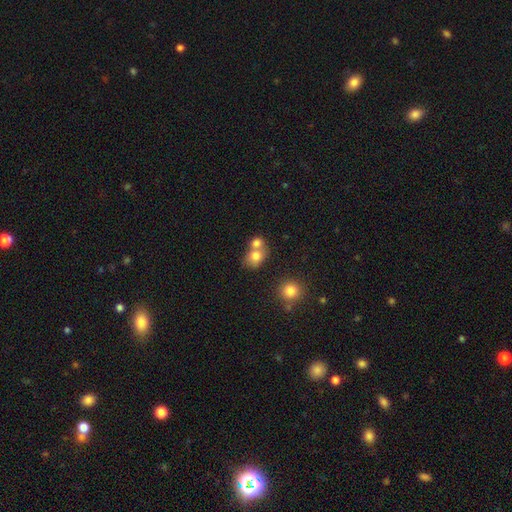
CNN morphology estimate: A smooth galaxy with no disk features (75%) that is round (57%).

Vote fractions:
- Smooth or featured? smooth: 75% / featured or disk: 14% / star or artifact: 11%
- How rounded? round: 57% / in between: 42% / cigar-shaped: 1%
- Merging? merger: 56% / none: 32% / minor disturbance: 8% / major disturbance: 4%